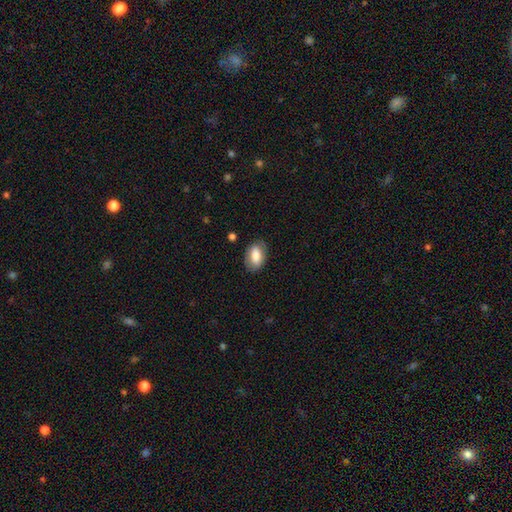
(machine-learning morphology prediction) The model was most divided on "smooth or featured": smooth: 76%, featured or disk: 17%, star or artifact: 7%. More confident: how rounded — in between (91%); merging — none (80%).